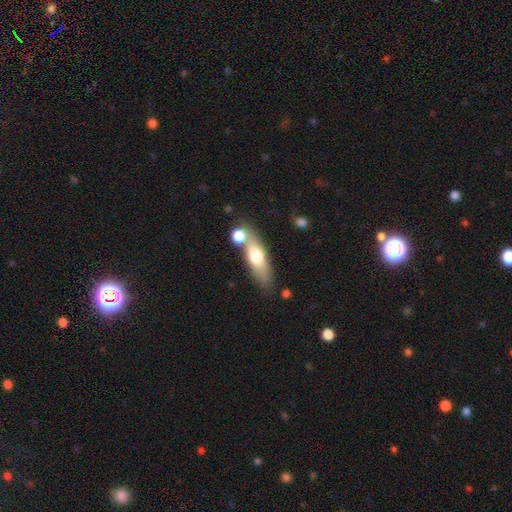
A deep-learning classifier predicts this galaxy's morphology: Q: Smooth or featured?
A: smooth (65%); runner-up: featured or disk (28%)
Q: How rounded?
A: in between (54%); runner-up: cigar-shaped (42%)
Q: Merging?
A: none (54%); runner-up: merger (28%)